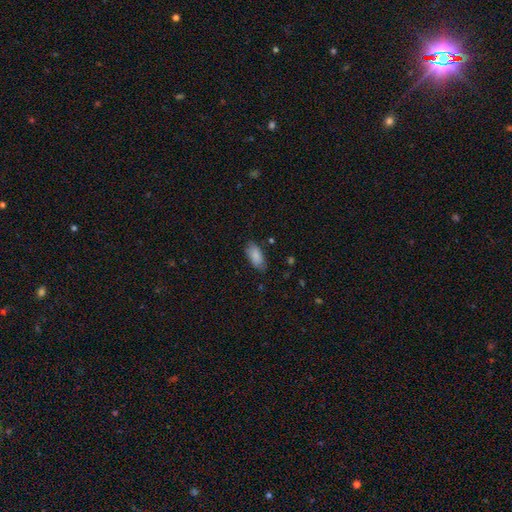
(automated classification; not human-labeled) A smooth galaxy with no disk features (87%) that is in between round and cigar-shaped (91%).

Vote fractions:
- Smooth or featured? smooth: 87% / featured or disk: 7% / star or artifact: 6%
- How rounded? in between: 91% / cigar-shaped: 7% / round: 2%
- Merging? none: 77% / minor disturbance: 18% / major disturbance: 4% / merger: 1%